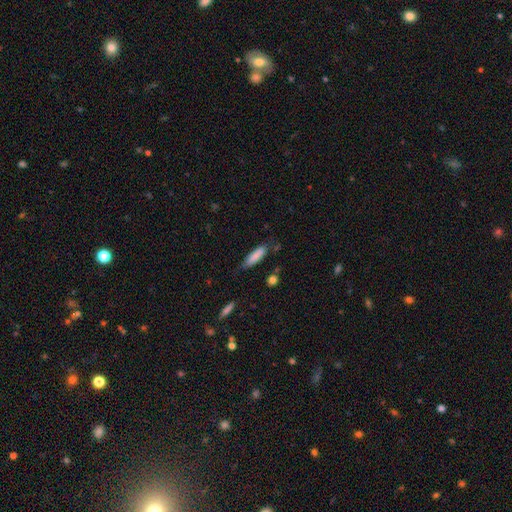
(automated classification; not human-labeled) smooth-or-featured: smooth: 84% | featured or disk: 10% | star or artifact: 6%
  how-rounded: cigar-shaped: 56% | in between: 42% | round: 2%
  merging: none: 68% | minor disturbance: 24% | major disturbance: 5% | merger: 3%